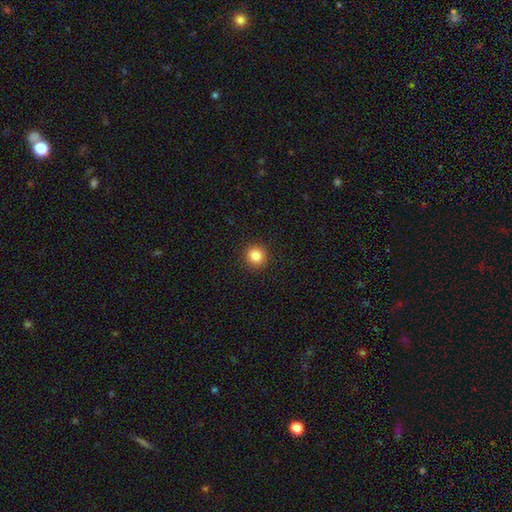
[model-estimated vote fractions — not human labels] smooth-or-featured: smooth: 85% | star or artifact: 11% | featured or disk: 4%
  how-rounded: round: 92% | in between: 7% | cigar-shaped: 1%
  merging: none: 92% | minor disturbance: 5% | major disturbance: 2% | merger: 1%